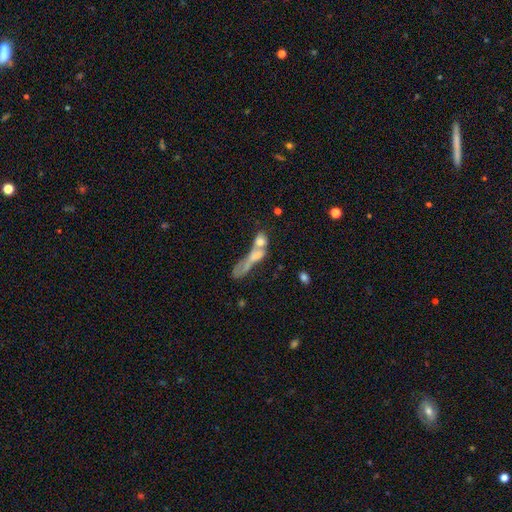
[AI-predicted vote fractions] Smooth or featured? smooth (55%)
How rounded? cigar-shaped (47%)
Merging? merger (61%)